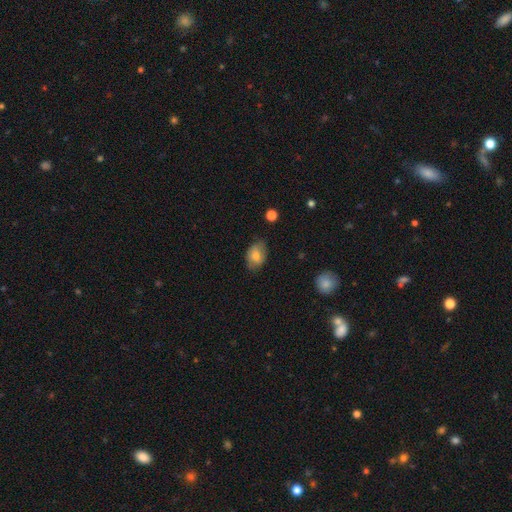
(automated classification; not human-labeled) Overall: smooth (74%). How rounded: in between (81%). Merging: none (74%).